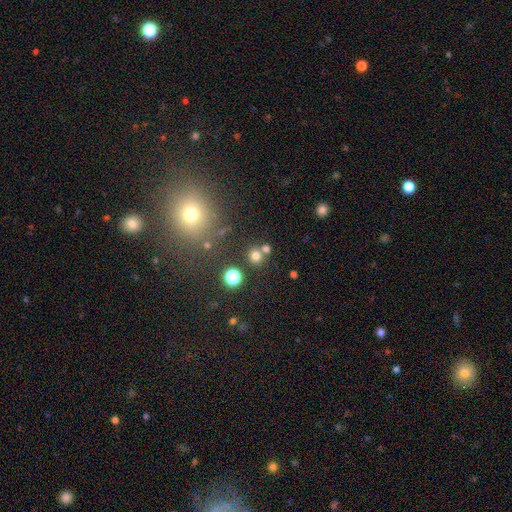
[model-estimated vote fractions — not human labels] Morphology: type=smooth (73%); roundness=round (88%); merging=none (69%).